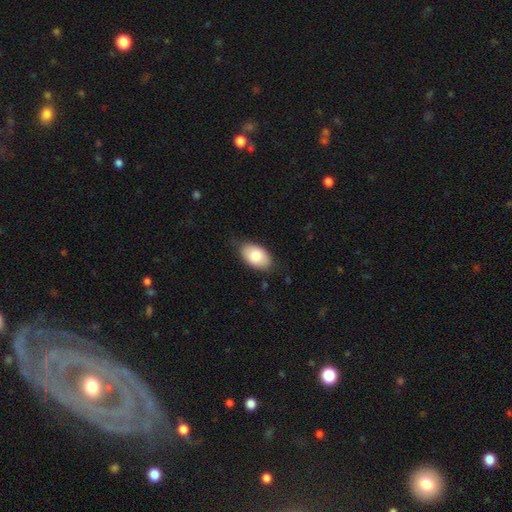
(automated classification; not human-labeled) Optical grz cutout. It shows a smooth galaxy with no disk features (82%) that is in between round and cigar-shaped (93%). Merging: none (78%).